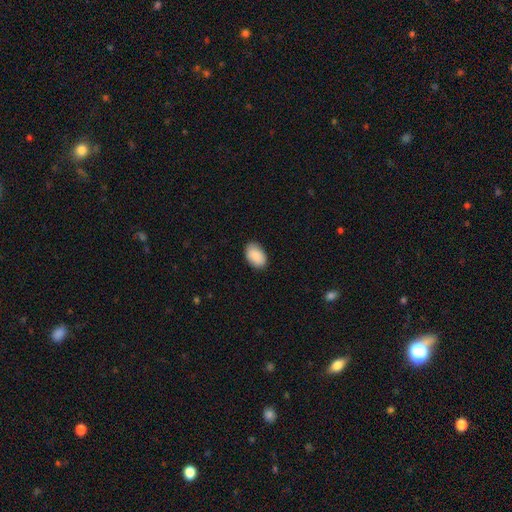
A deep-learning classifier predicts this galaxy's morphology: This is clearly a smooth galaxy (89%). How rounded: clearly in between (91%). Merging: clearly none (85%).